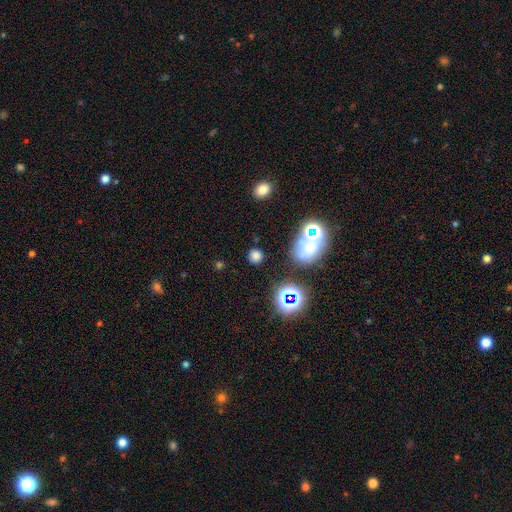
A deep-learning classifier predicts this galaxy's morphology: Overall: smooth (71%). How rounded: round (86%). Merging: none (83%).